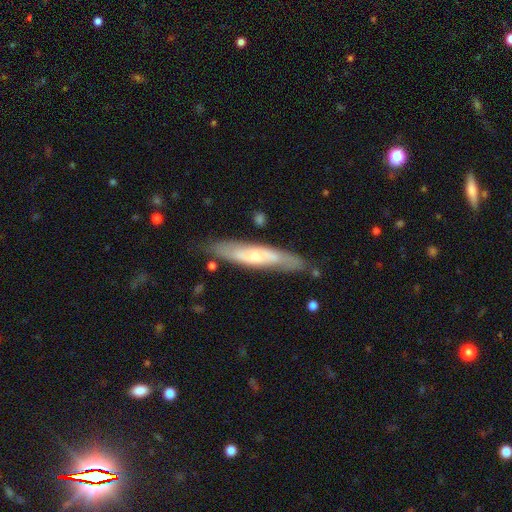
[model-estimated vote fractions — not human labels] Smooth or featured?
  - featured or disk: 50% *
  - smooth: 45%
  - star or artifact: 5%
Merging?
  - none: 78% *
  - minor disturbance: 16%
  - major disturbance: 3%
  - merger: 3%